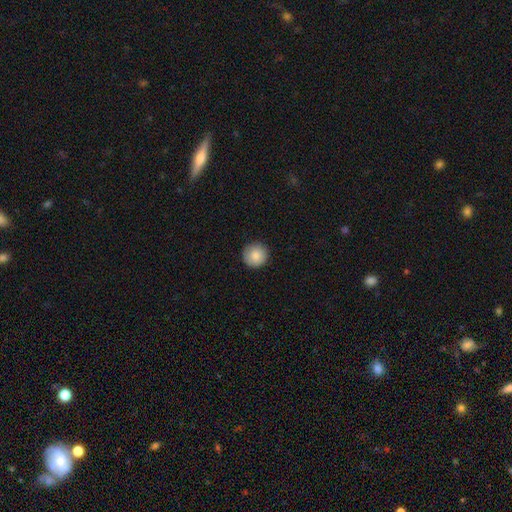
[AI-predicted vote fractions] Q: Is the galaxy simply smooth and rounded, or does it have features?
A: smooth — 85%.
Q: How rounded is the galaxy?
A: round — 95%.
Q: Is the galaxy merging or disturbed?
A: none — 90%.